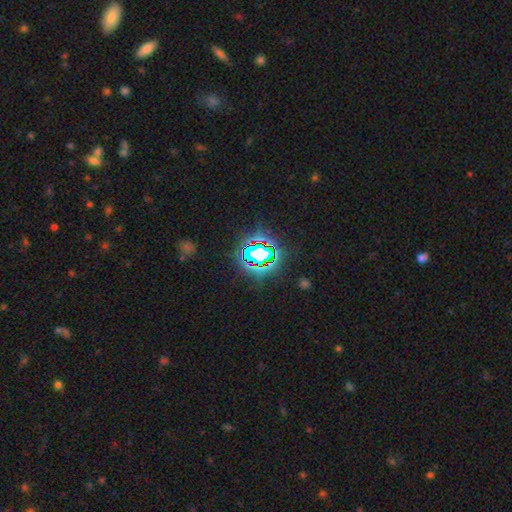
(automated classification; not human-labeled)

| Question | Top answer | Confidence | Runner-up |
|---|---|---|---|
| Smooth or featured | star or artifact | 75% | smooth (14%) |